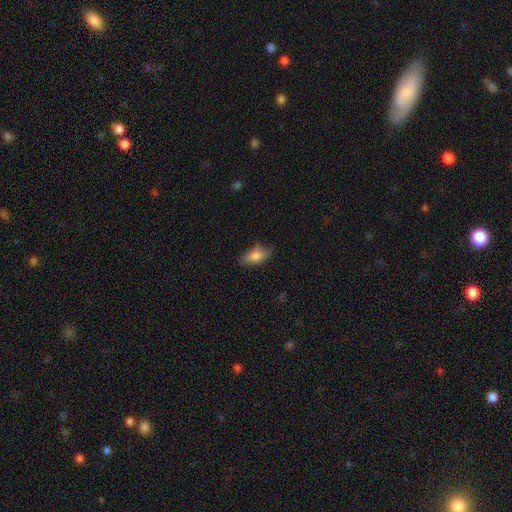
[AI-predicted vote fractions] Smooth or featured: smooth — 79% (featured or disk — 13%)
How rounded: in between — 87% (cigar-shaped — 8%)
Merging: none — 74% (minor disturbance — 21%)